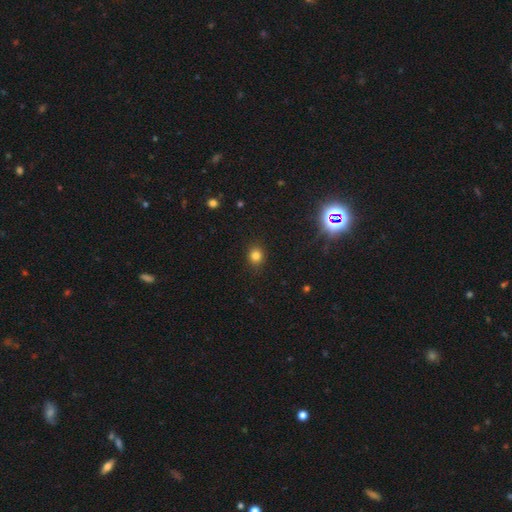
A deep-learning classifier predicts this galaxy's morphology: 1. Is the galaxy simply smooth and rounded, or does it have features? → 81% smooth, 14% star or artifact, 5% featured or disk.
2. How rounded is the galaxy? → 72% round, 27% in between, 1% cigar-shaped.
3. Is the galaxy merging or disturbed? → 88% none, 8% minor disturbance, 3% major disturbance, 1% merger.